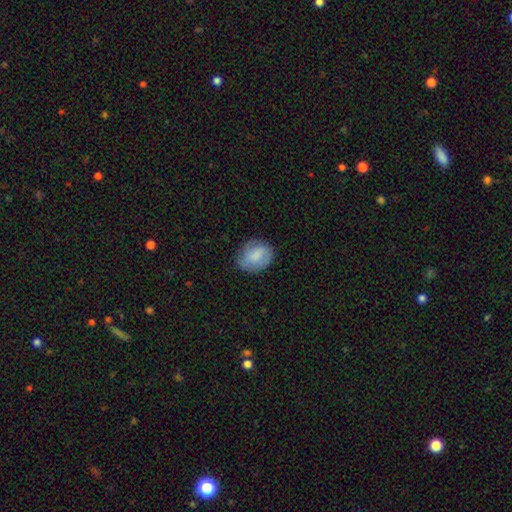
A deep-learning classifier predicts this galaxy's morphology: type=smooth (73%); roundness=in between (56%); merging=none (72%).